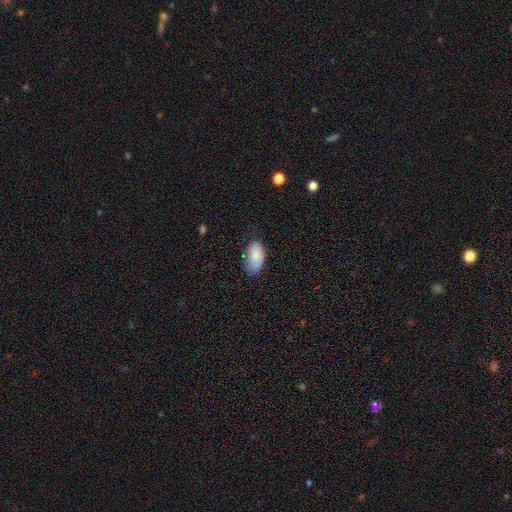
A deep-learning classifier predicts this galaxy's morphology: Q: Smooth or featured?
A: smooth (86%); runner-up: featured or disk (7%)
Q: How rounded?
A: in between (95%); runner-up: round (3%)
Q: Merging?
A: none (70%); runner-up: minor disturbance (24%)